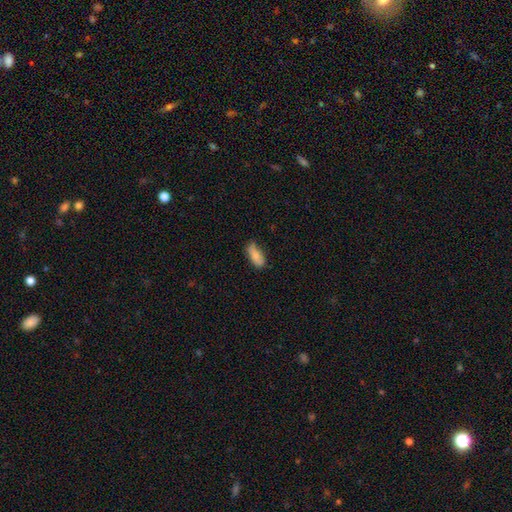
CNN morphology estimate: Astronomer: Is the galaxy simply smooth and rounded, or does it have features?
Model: smooth — 81%.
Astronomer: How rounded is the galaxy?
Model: in between — 81%.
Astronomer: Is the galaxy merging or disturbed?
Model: none — 69%.